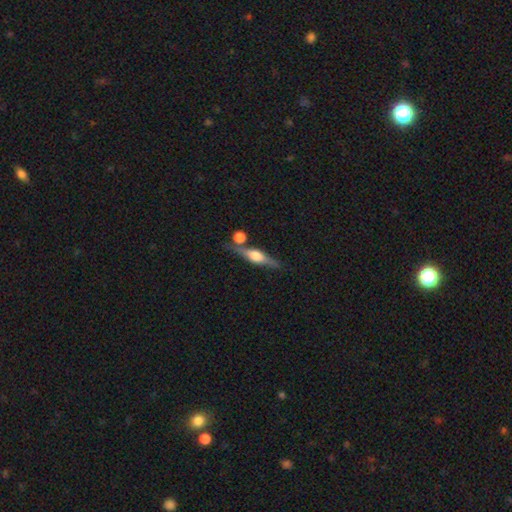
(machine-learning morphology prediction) This appears to be a featured or disk galaxy (71%) viewed edge-on (96%) with a rounded central bulge (89%). Merging: none (74%).